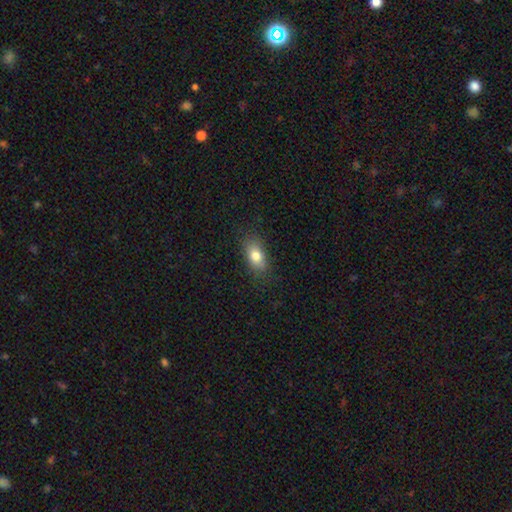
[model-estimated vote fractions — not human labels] This is likely a smooth galaxy (78%). How rounded: clearly in between (83%). Merging: clearly none (82%).